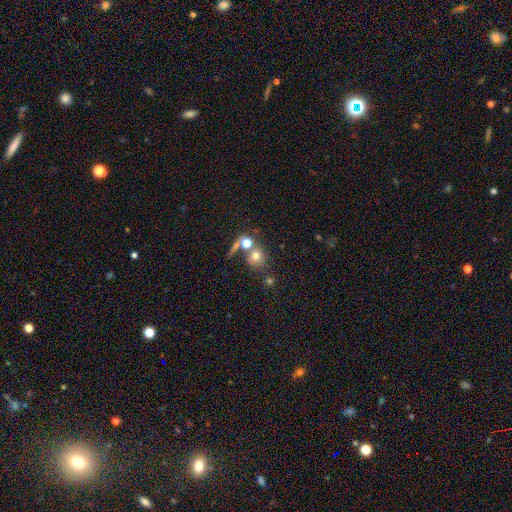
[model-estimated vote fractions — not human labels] A smooth galaxy with no disk features (68%) that is round (84%). Merging: none (51%).